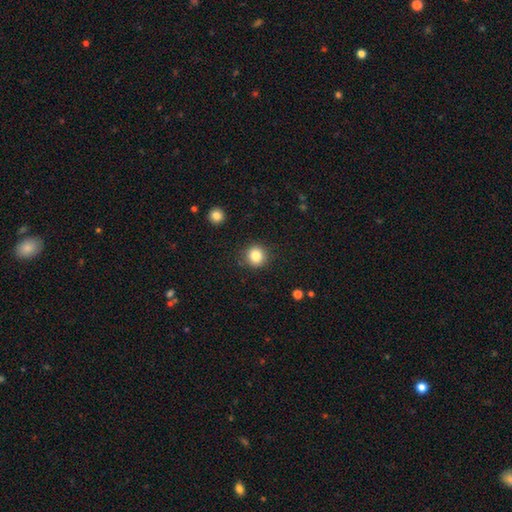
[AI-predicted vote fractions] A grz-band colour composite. It shows a smooth galaxy with no disk features (84%) that is round (92%). Merging: none (89%).